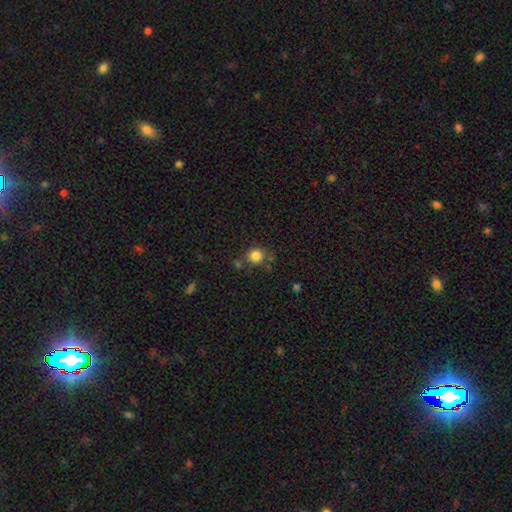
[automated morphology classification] smooth-or-featured: smooth: 83% | star or artifact: 11% | featured or disk: 5%
  how-rounded: round: 88% | in between: 11% | cigar-shaped: 1%
  merging: none: 71% | minor disturbance: 13% | merger: 11% | major disturbance: 5%